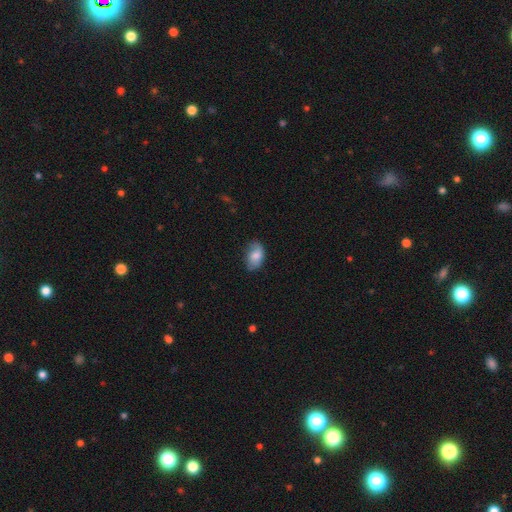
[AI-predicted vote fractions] Smooth or featured? Predicted: smooth (p=0.74). How rounded? Predicted: in between (p=0.90). Merging? Predicted: none (p=0.66).